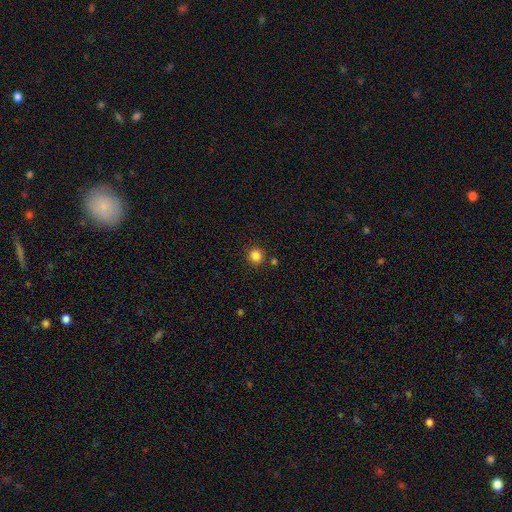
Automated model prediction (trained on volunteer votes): smooth-or-featured: smooth: 84% | star or artifact: 12% | featured or disk: 4%
  how-rounded: round: 91% | in between: 8% | cigar-shaped: 1%
  merging: none: 86% | minor disturbance: 7% | merger: 4% | major disturbance: 2%